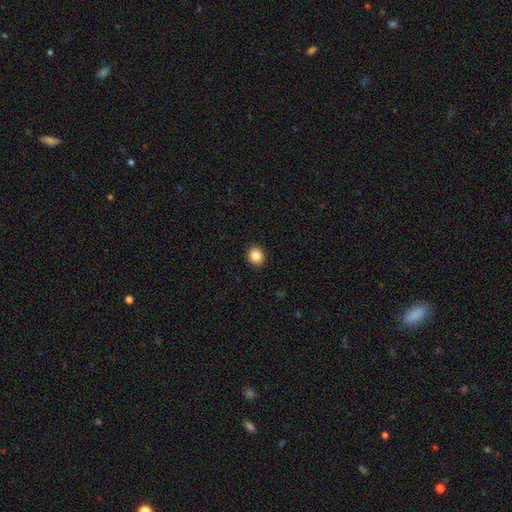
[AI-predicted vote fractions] Smooth or featured? smooth (85%)
How rounded? round (76%)
Merging? none (92%)